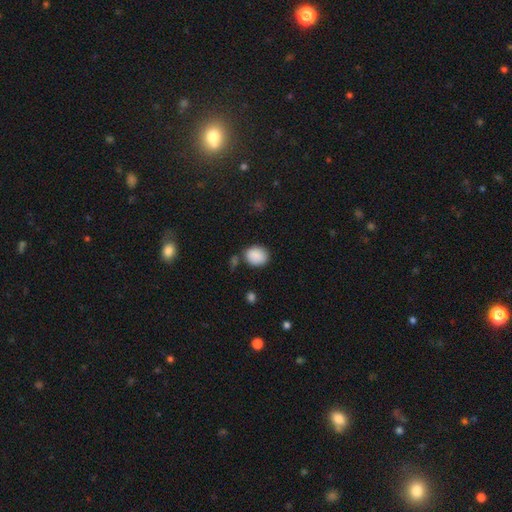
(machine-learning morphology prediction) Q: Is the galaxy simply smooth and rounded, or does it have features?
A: smooth — 89%.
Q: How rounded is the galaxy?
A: round — 56%.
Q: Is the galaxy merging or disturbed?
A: none — 73%.